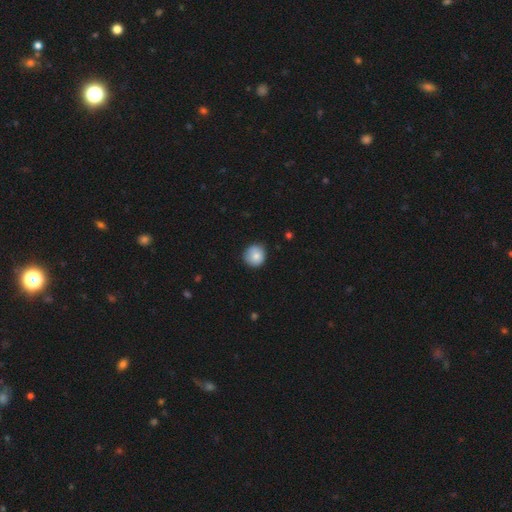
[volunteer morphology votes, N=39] smooth_or_featured: smooth (p=0.82) [alt: featured or disk p=0.10]
how_rounded: round (p=0.97) [alt: in between p=0.03]
merging: none (p=0.89) [alt: minor disturbance p=0.08]